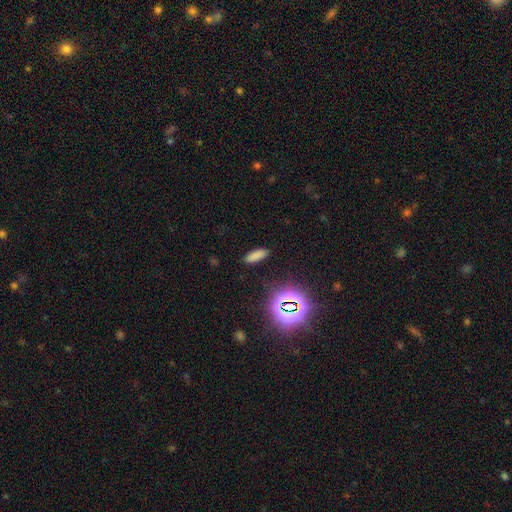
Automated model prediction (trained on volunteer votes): smooth_or_featured: smooth (p=0.75) [alt: star or artifact p=0.19]
how_rounded: in between (p=0.58) [alt: cigar-shaped p=0.39]
merging: none (p=0.88) [alt: minor disturbance p=0.08]